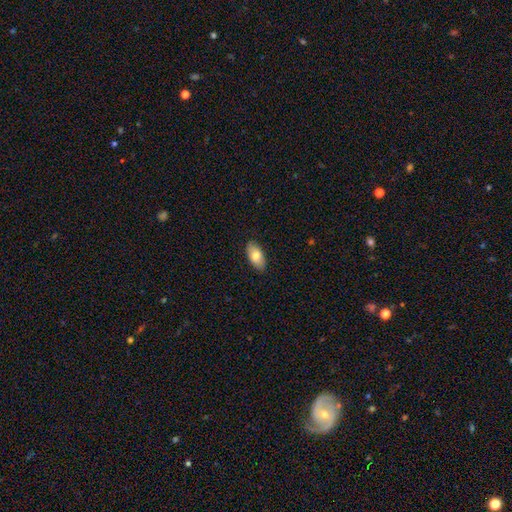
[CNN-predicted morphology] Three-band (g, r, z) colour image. It shows a smooth galaxy with no disk features (76%) that is in between round and cigar-shaped (94%). Merging: none (86%).